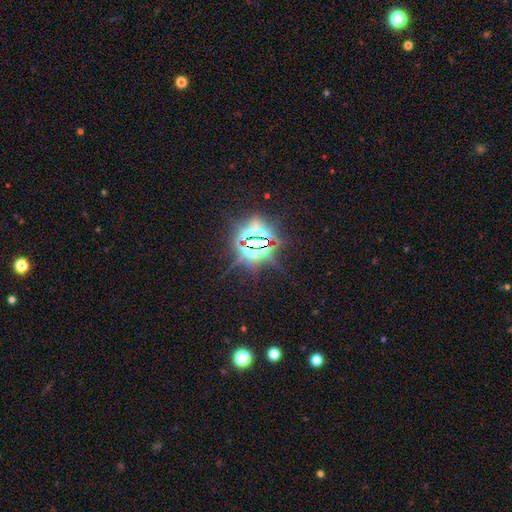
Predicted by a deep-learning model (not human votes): smooth_or_featured: star or artifact (p=0.84) [alt: smooth p=0.09]